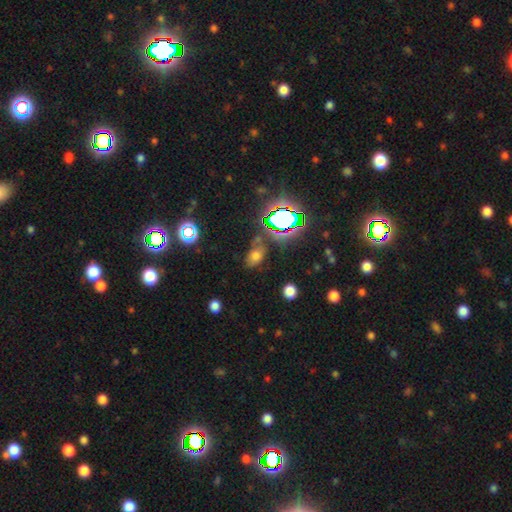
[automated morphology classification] This appears to be a smooth galaxy with no disk features (59%) that is in between round and cigar-shaped (78%). Merging: none (60%).